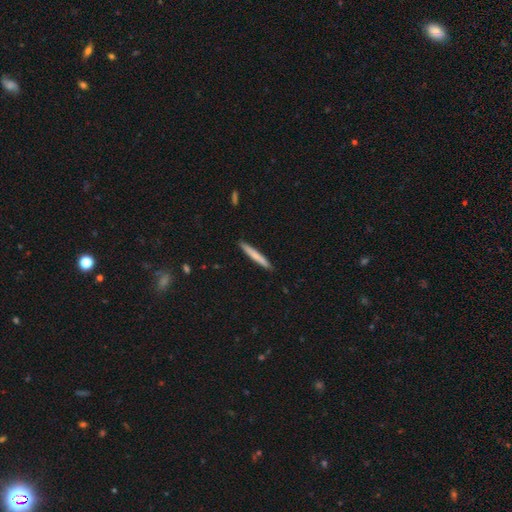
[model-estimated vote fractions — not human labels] Smooth or featured: smooth — 71% (featured or disk — 23%)
How rounded: cigar-shaped — 96% (in between — 3%)
Merging: none — 91% (minor disturbance — 7%)